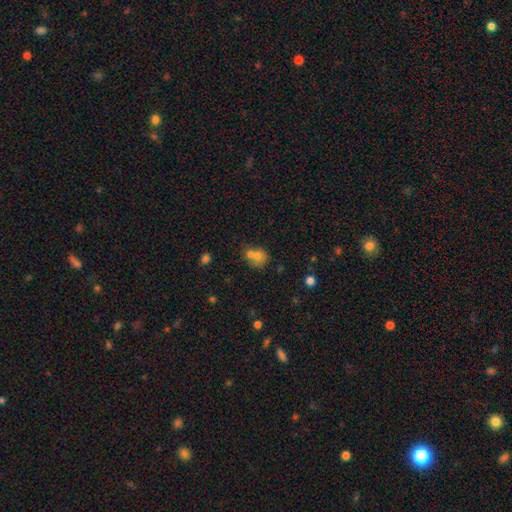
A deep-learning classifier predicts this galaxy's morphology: The model was most divided on "merging": merger: 50%, none: 36%, minor disturbance: 9%, major disturbance: 4%. More confident: how rounded — round (73%); smooth or featured — smooth (70%).